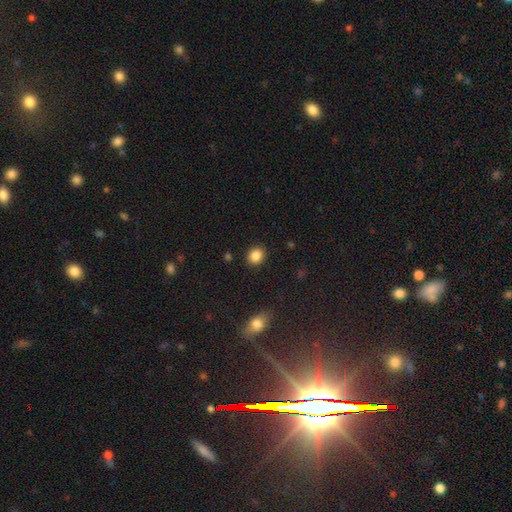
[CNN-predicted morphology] type=smooth (87%); roundness=round (68%); merging=none (90%).